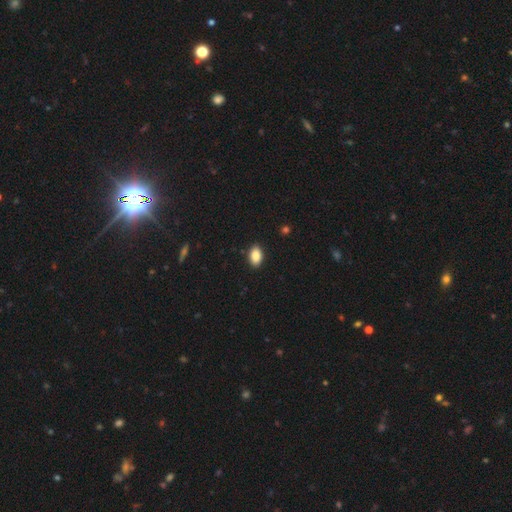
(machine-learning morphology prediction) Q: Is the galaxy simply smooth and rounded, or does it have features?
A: smooth — 87%.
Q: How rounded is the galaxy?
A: in between — 92%.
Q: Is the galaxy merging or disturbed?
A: none — 90%.